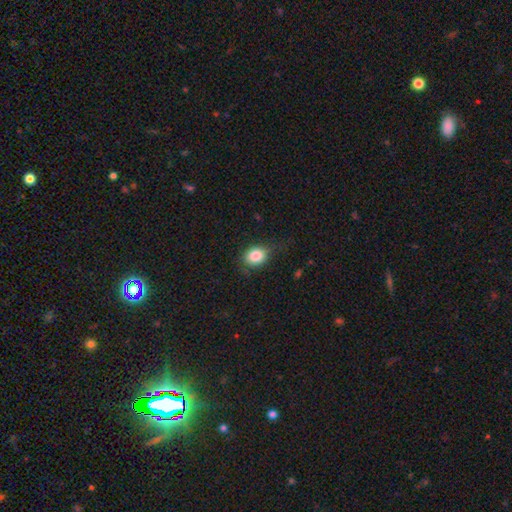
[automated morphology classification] Q: Smooth or featured?
A: smooth (84%); runner-up: star or artifact (9%)
Q: How rounded?
A: in between (52%); runner-up: round (47%)
Q: Merging?
A: none (67%); runner-up: minor disturbance (24%)